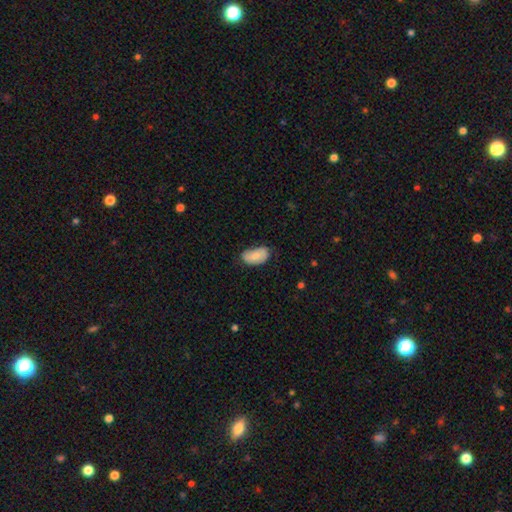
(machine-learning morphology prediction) Smooth or featured: smooth — 75% (featured or disk — 18%)
How rounded: in between — 94% (round — 5%)
Merging: none — 62% (minor disturbance — 31%)